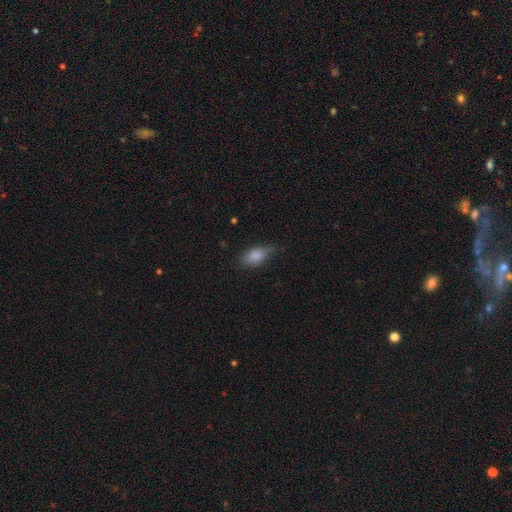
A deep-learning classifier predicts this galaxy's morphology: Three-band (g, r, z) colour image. It shows a smooth galaxy with no disk features (83%) that is in between round and cigar-shaped (87%). Merging: none (52%).